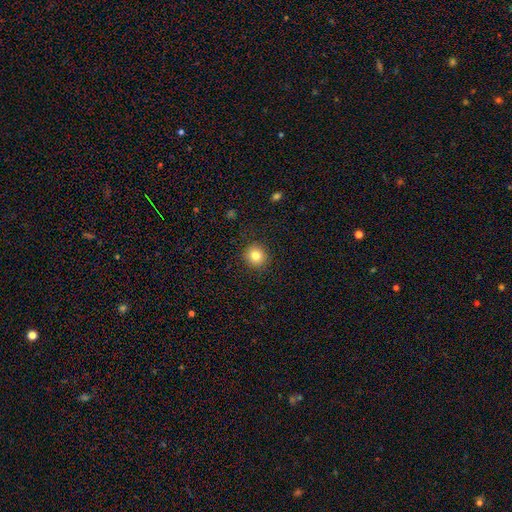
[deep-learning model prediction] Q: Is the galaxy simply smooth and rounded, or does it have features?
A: smooth — 82%.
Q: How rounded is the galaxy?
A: round — 91%.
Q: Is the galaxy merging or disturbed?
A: none — 91%.